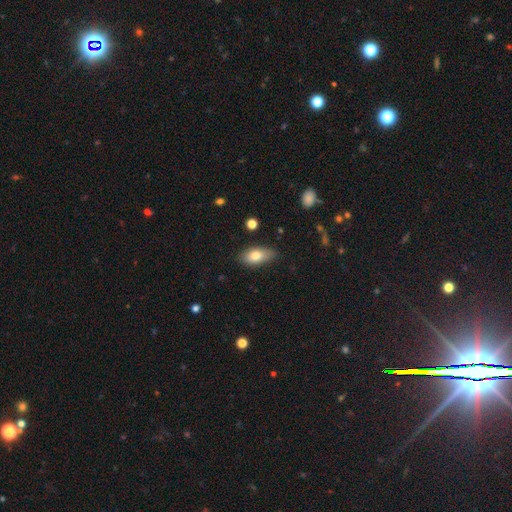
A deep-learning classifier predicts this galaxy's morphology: The model was most divided on "merging": none: 76%, minor disturbance: 19%, major disturbance: 3%, merger: 2%. More confident: how rounded — in between (87%); smooth or featured — smooth (77%).